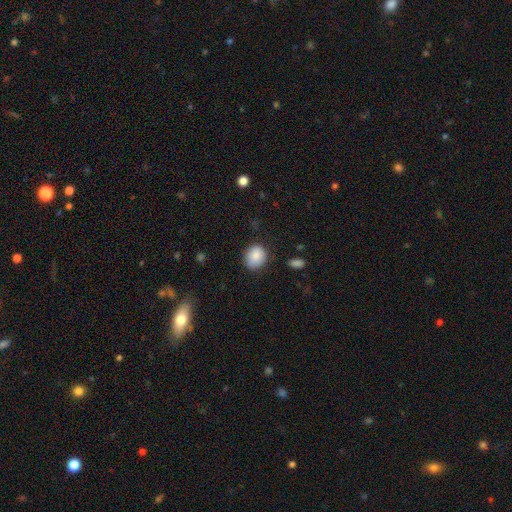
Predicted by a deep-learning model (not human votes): A smooth galaxy with no disk features (86%) that is round (66%).

Vote fractions:
- Smooth or featured? smooth: 86% / star or artifact: 8% / featured or disk: 6%
- How rounded? round: 66% / in between: 33% / cigar-shaped: 1%
- Merging? none: 75% / minor disturbance: 19% / major disturbance: 4% / merger: 2%